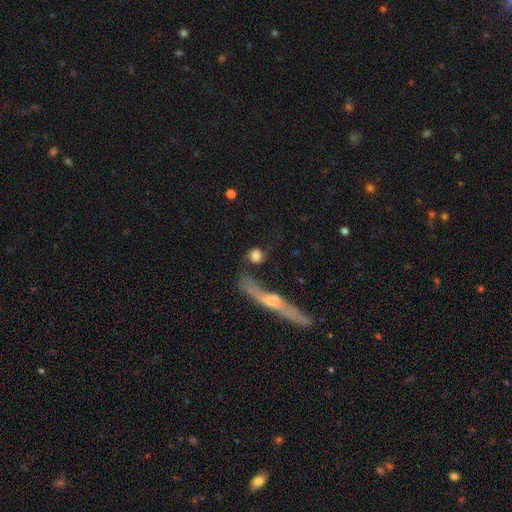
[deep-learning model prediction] Smooth or featured? Predicted: smooth (p=0.71). How rounded? Predicted: round (p=0.76). Merging? Predicted: none (p=0.54).